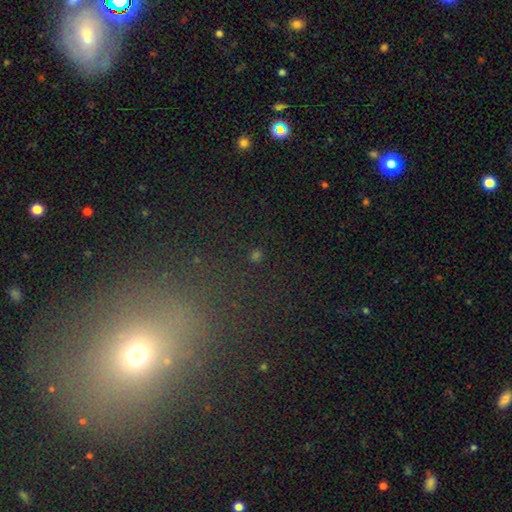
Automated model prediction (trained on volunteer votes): Smooth or featured? star or artifact (48%)